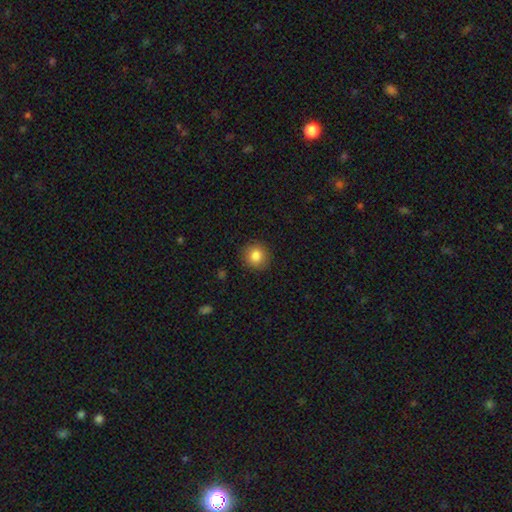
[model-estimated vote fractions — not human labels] smooth_or_featured: smooth (p=0.84) [alt: star or artifact p=0.10]
how_rounded: round (p=0.93) [alt: in between p=0.06]
merging: none (p=0.91) [alt: minor disturbance p=0.06]